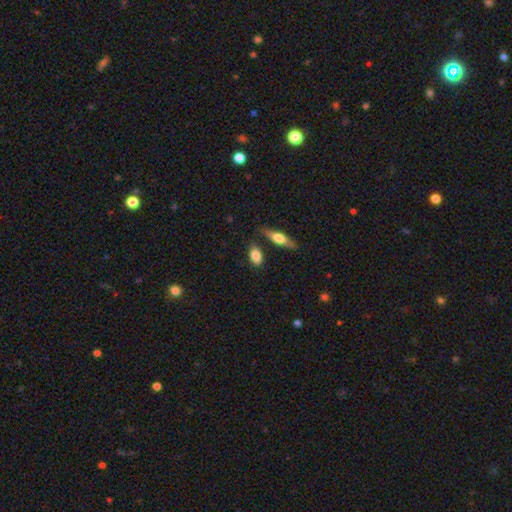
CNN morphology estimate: A smooth galaxy with no disk features (82%) that is in between round and cigar-shaped (84%).

Vote fractions:
- Smooth or featured? smooth: 82% / featured or disk: 11% / star or artifact: 6%
- How rounded? in between: 84% / round: 9% / cigar-shaped: 7%
- Merging? none: 76% / minor disturbance: 13% / merger: 8% / major disturbance: 3%